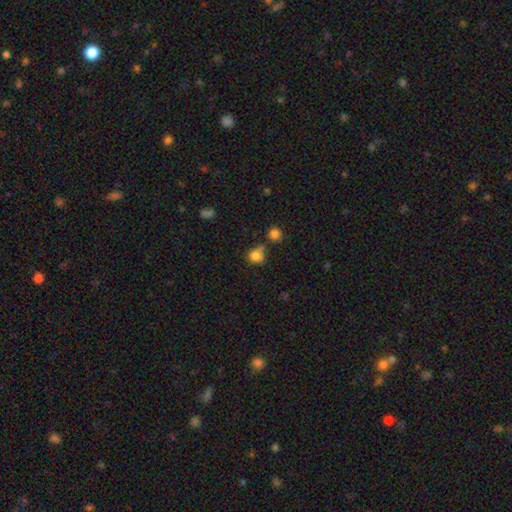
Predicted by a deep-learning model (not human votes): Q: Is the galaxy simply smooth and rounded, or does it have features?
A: smooth — 80%.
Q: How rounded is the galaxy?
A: round — 72%.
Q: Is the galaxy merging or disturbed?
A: none — 52%.